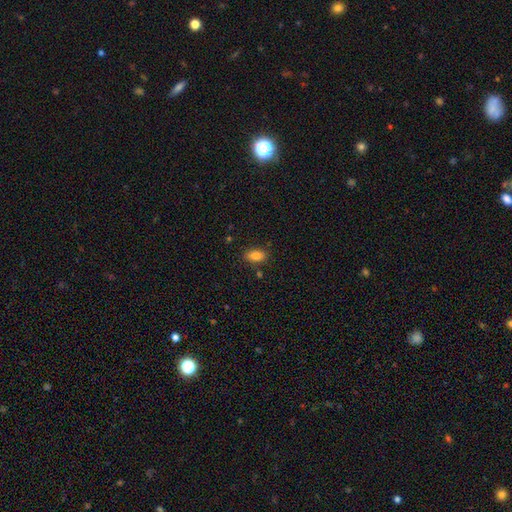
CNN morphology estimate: type=smooth (84%); roundness=in between (90%); merging=none (83%).